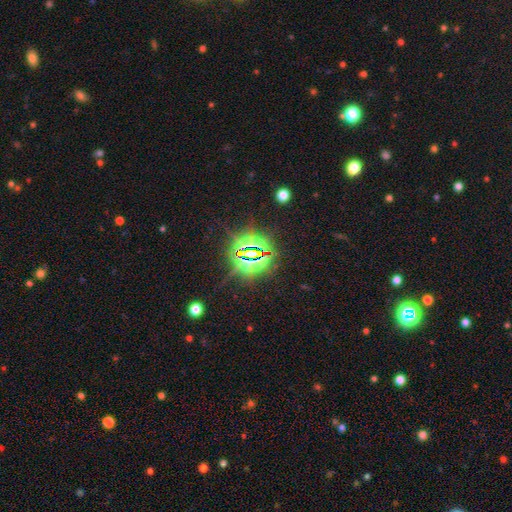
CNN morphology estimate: Overall: star or artifact (82%).